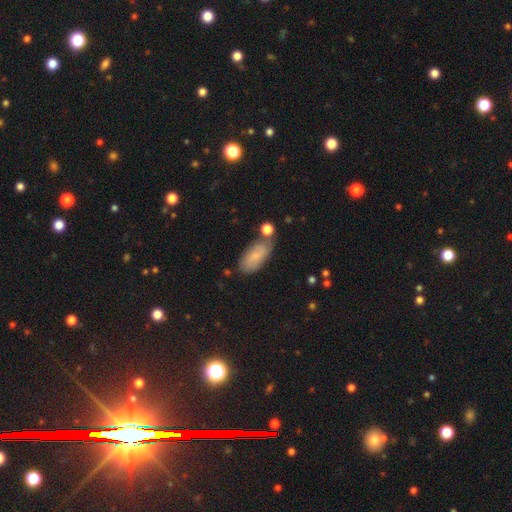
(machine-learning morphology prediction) A smooth galaxy with no disk features (74%) that is in between round and cigar-shaped (87%).

Vote fractions:
- Smooth or featured? smooth: 74% / featured or disk: 19% / star or artifact: 7%
- How rounded? in between: 87% / cigar-shaped: 10% / round: 3%
- Merging? none: 62% / minor disturbance: 22% / merger: 10% / major disturbance: 6%